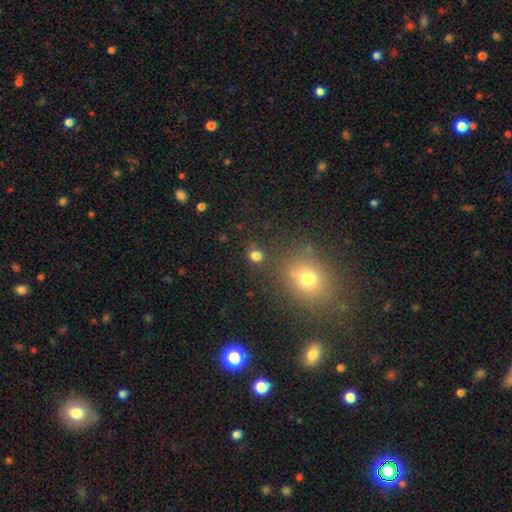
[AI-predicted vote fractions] smooth 77%, star or artifact 17%, featured or disk 6%. Down the decision tree: how rounded — round (76%); merging — none (75%).